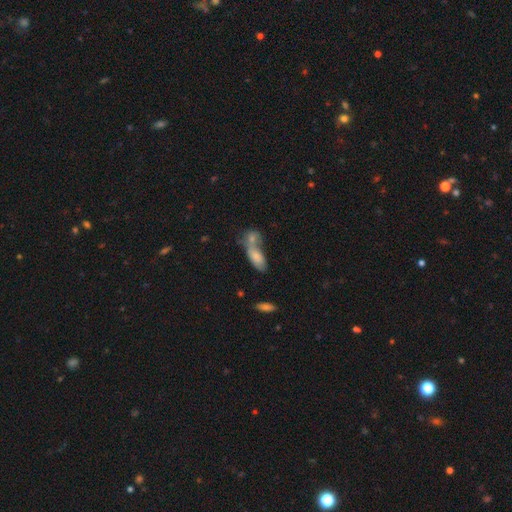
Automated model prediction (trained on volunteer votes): This is likely a smooth galaxy (78%). How rounded: clearly in between (83%). Merging: likely merger (60%).